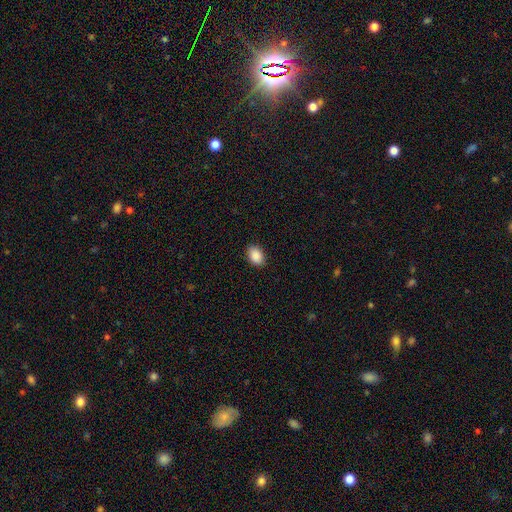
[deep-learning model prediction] smooth 90%, star or artifact 8%, featured or disk 3%. Down the decision tree: how rounded — in between (81%); merging — none (89%).